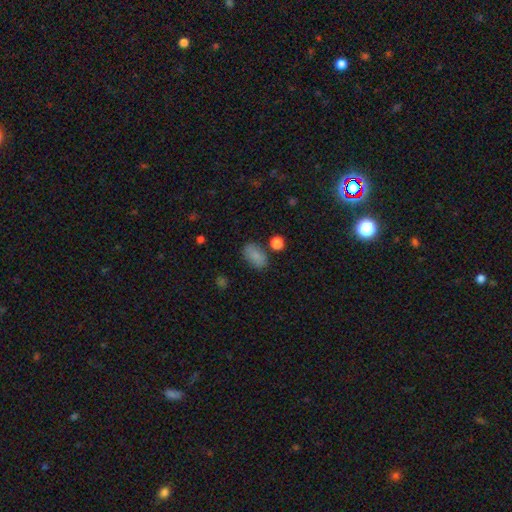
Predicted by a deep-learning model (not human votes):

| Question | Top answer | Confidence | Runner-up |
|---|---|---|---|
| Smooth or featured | smooth | 84% | star or artifact (9%) |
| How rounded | in between | 91% | round (7%) |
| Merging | none | 77% | minor disturbance (14%) |